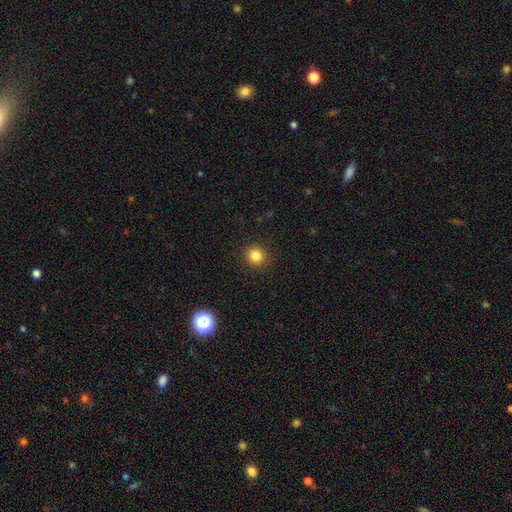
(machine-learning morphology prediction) This appears to be a smooth galaxy with no disk features (83%) that is round (90%). Merging: none (91%).